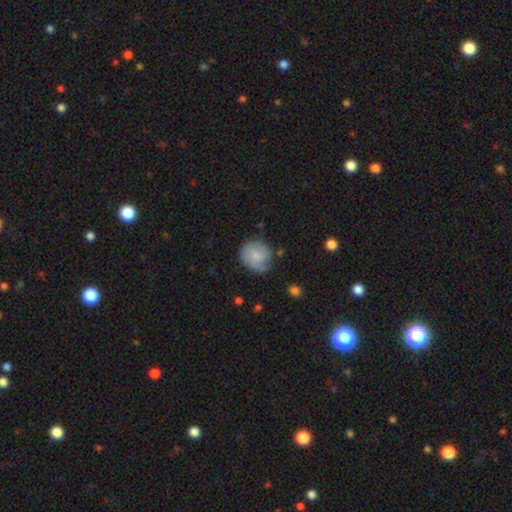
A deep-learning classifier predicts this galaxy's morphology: The model was most divided on "smooth or featured": smooth: 64%, featured or disk: 29%, star or artifact: 7%. More confident: how rounded — round (81%); merging — none (64%).